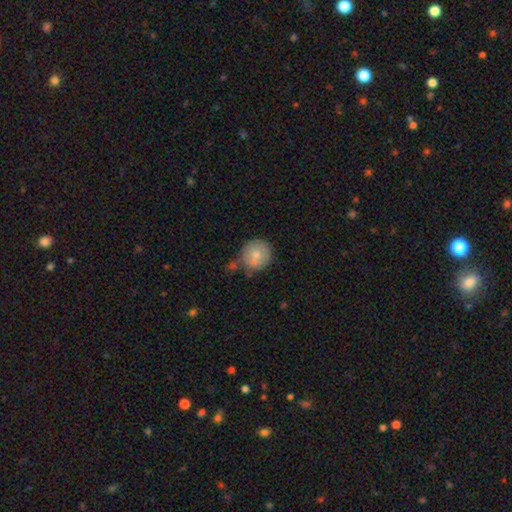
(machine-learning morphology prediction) A smooth galaxy with no disk features (77%) that is round (89%).

Vote fractions:
- Smooth or featured? smooth: 77% / featured or disk: 16% / star or artifact: 7%
- How rounded? round: 89% / in between: 10% / cigar-shaped: 1%
- Merging? none: 55% / minor disturbance: 21% / merger: 18% / major disturbance: 7%